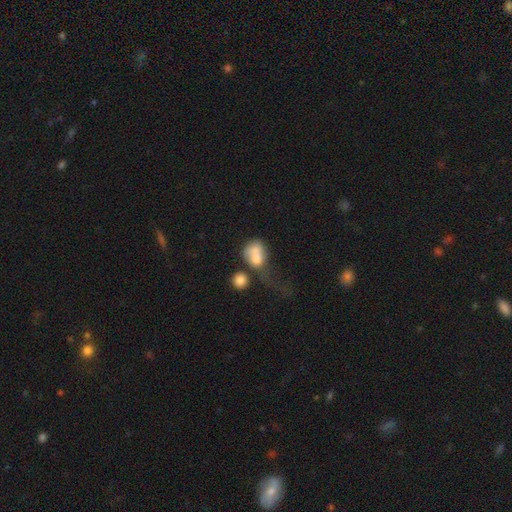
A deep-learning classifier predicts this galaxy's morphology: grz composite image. It shows a smooth galaxy with no disk features (69%) that is in between round and cigar-shaped (57%). Merging: merger (41%).